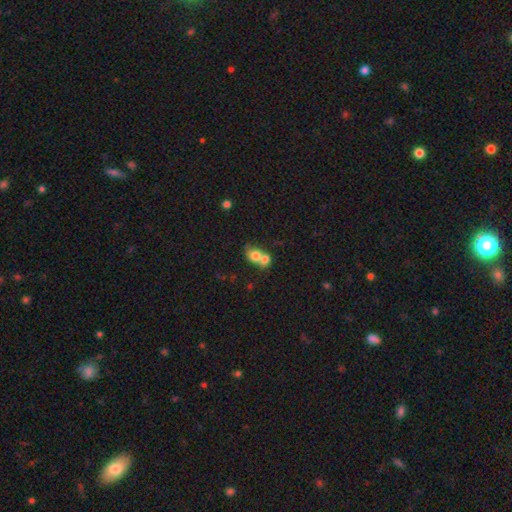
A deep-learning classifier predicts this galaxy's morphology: Q: Smooth or featured?
A: smooth (73%); runner-up: featured or disk (18%)
Q: How rounded?
A: round (59%); runner-up: in between (40%)
Q: Merging?
A: merger (73%); runner-up: none (18%)